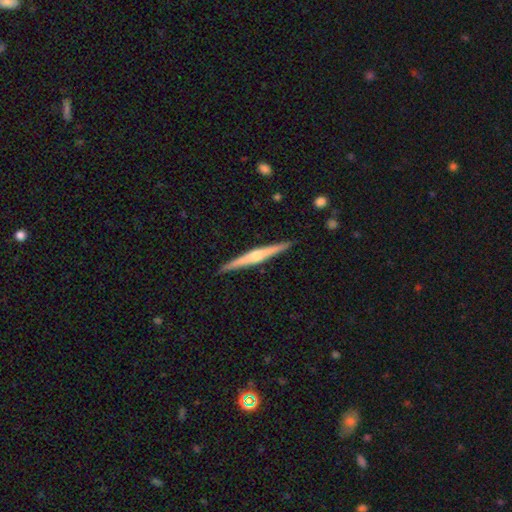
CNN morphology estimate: Overall: featured or disk (68%). Edge-on disk: yes (98%). Edge-on bulge: rounded (70%). Merging: none (92%).